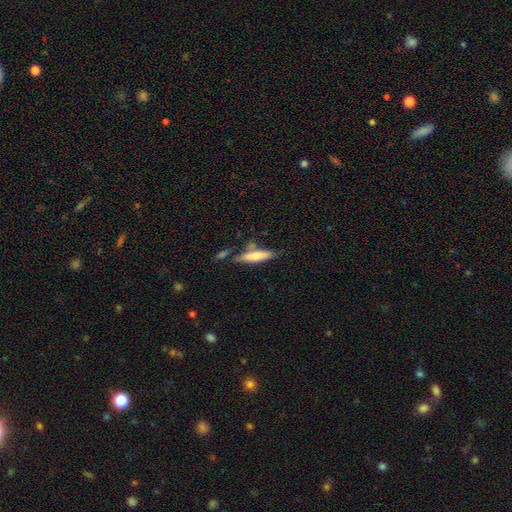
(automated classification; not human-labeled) Q: Smooth or featured?
A: smooth (64%); runner-up: featured or disk (29%)
Q: How rounded?
A: cigar-shaped (75%); runner-up: in between (23%)
Q: Merging?
A: none (62%); runner-up: minor disturbance (19%)